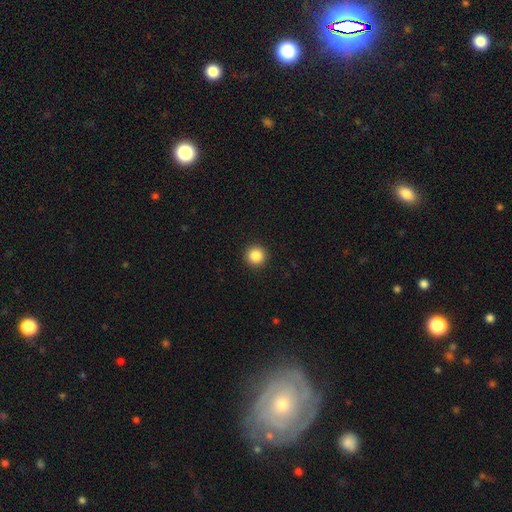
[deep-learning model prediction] smooth 86%, star or artifact 10%, featured or disk 4%. Down the decision tree: how rounded — round (96%); merging — none (93%).